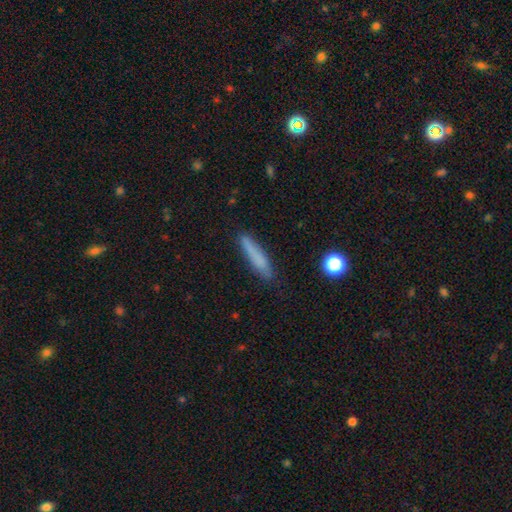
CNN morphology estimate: Smooth or featured?
  - smooth: 75% *
  - featured or disk: 17%
  - star or artifact: 8%
How rounded?
  - cigar-shaped: 89% *
  - in between: 9%
  - round: 2%
Merging?
  - none: 81% *
  - minor disturbance: 15%
  - major disturbance: 3%
  - merger: 2%